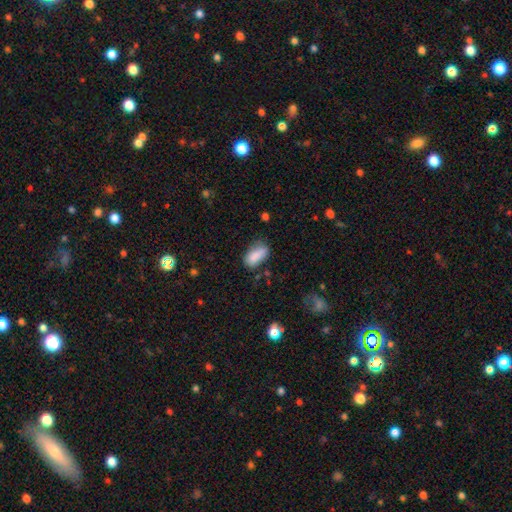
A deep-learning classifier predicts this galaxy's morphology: smooth-or-featured: smooth: 84% | featured or disk: 8% | star or artifact: 8%
  how-rounded: in between: 88% | cigar-shaped: 8% | round: 4%
  merging: none: 57% | minor disturbance: 29% | major disturbance: 9% | merger: 5%